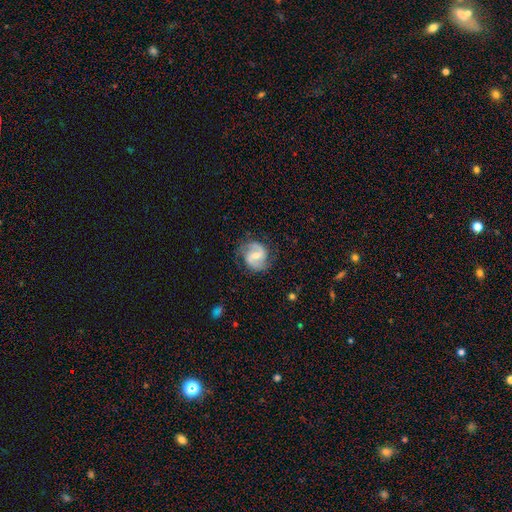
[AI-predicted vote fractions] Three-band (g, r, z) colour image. It shows a featured or disk galaxy (84%) with a weak bar (53%), 2 (92%) medium (51%) spiral arms (96%) and a small central bulge (51%). Merging: none (80%).